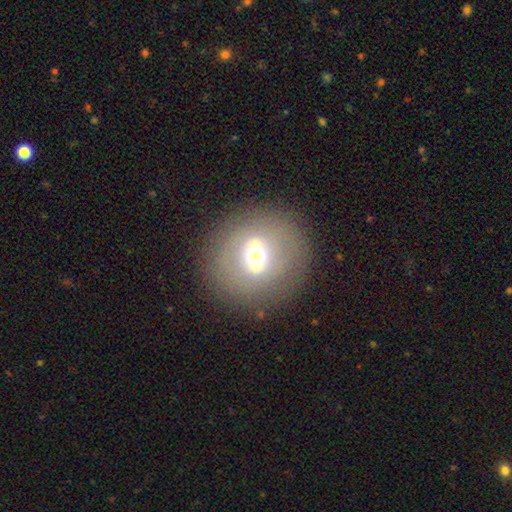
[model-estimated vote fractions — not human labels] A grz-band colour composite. It shows a smooth galaxy with no disk features (47%). Merging: none (84%).